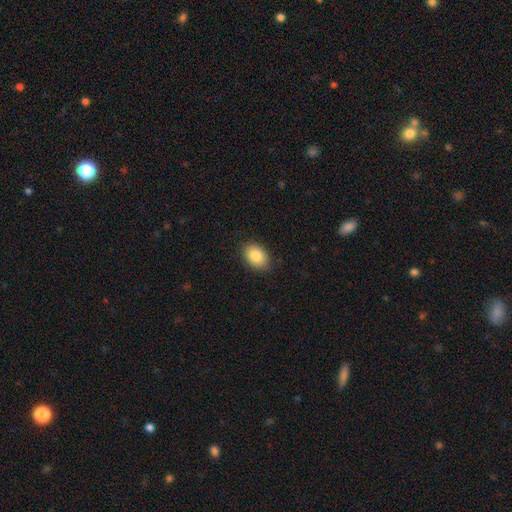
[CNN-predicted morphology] A smooth galaxy with no disk features (86%) that is in between round and cigar-shaped (82%). Merging: none (88%).